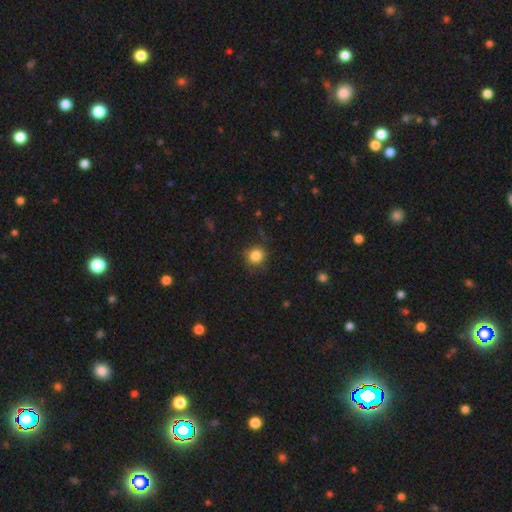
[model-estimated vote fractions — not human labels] Smooth or featured: smooth — 84% (star or artifact — 10%)
How rounded: round — 89% (in between — 10%)
Merging: none — 79% (minor disturbance — 15%)